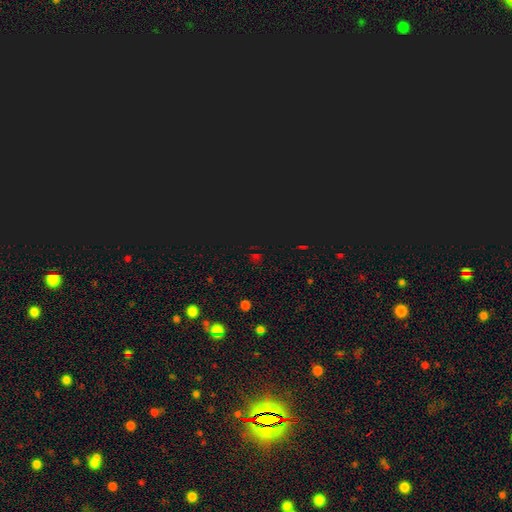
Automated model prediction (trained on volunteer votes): smooth-or-featured: star or artifact: 69% | smooth: 25% | featured or disk: 6%